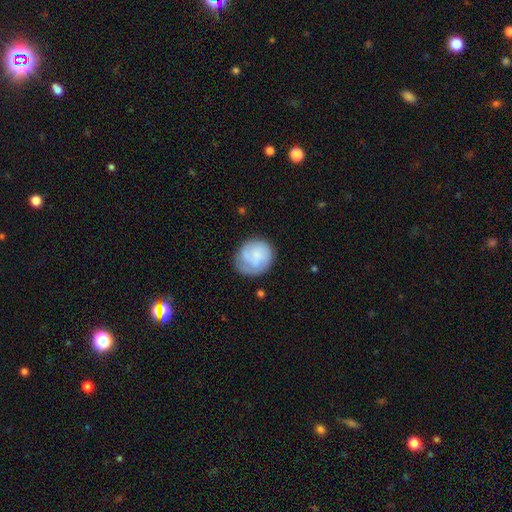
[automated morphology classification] type=smooth (61%); roundness=round (82%); merging=none (61%).